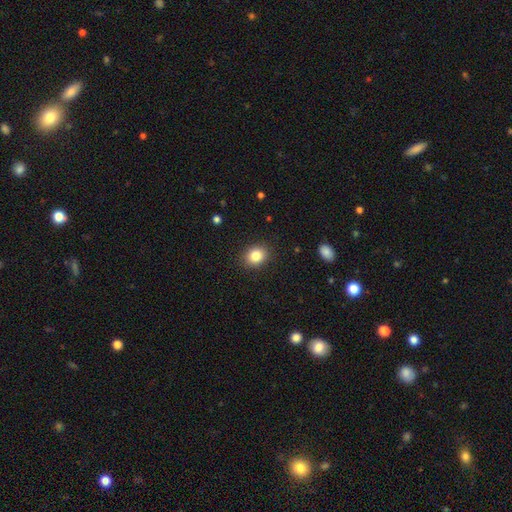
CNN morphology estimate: Q: Smooth or featured?
A: smooth (84%); runner-up: star or artifact (10%)
Q: How rounded?
A: round (57%); runner-up: in between (42%)
Q: Merging?
A: none (89%); runner-up: minor disturbance (7%)